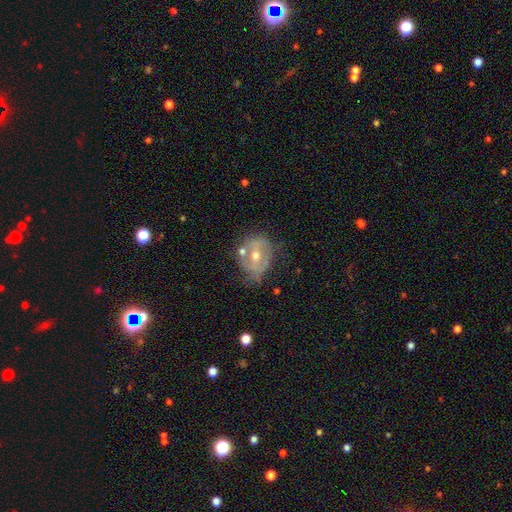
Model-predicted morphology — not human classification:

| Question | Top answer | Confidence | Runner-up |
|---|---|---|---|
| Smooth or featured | featured or disk | 65% | smooth (25%) |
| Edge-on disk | no | 95% | yes (5%) |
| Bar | no | 47% | weak (35%) |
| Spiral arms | no | 53% | yes (47%) |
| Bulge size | moderate | 64% | small (32%) |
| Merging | none | 49% | minor disturbance (27%) |